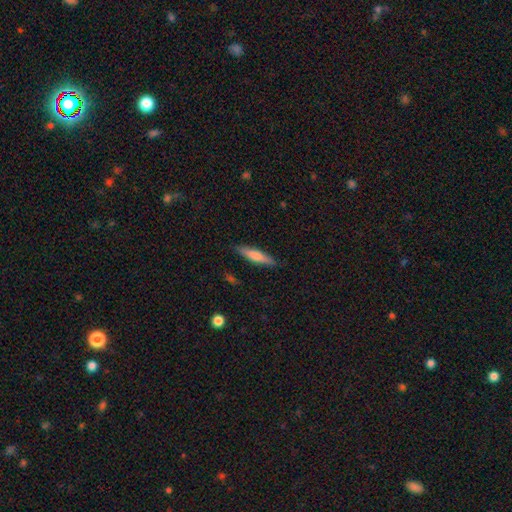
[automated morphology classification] Q: Smooth or featured?
A: smooth (67%); runner-up: featured or disk (27%)
Q: How rounded?
A: cigar-shaped (83%); runner-up: in between (15%)
Q: Merging?
A: none (88%); runner-up: minor disturbance (9%)